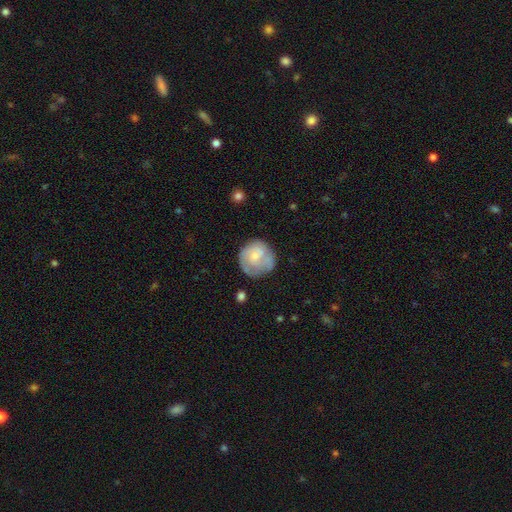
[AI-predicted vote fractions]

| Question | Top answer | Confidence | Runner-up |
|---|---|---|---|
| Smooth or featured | smooth | 50% | featured or disk (44%) |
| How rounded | round | 88% | in between (11%) |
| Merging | none | 58% | minor disturbance (24%) |